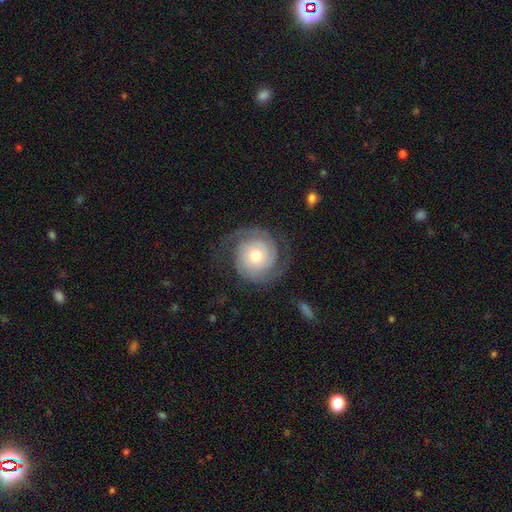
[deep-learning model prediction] The model was most divided on "spiral winding": tight: 58%, medium: 31%, loose: 11%. More confident: edge-on disk — no (98%); spiral arms — yes (97%); spiral arm count — 2 (87%); smooth or featured — featured or disk (86%); merging — none (79%); bar — no (77%); bulge size — moderate (64%).